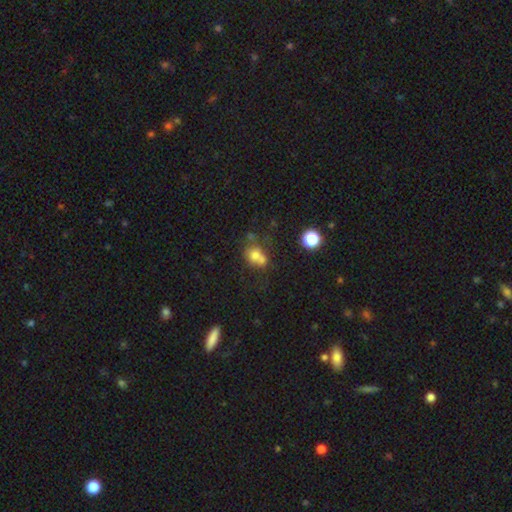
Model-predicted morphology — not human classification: Smooth or featured?
  - smooth: 66% *
  - featured or disk: 19%
  - star or artifact: 15%
How rounded?
  - round: 60% *
  - in between: 39%
  - cigar-shaped: 1%
Merging?
  - merger: 45% *
  - none: 33%
  - minor disturbance: 13%
  - major disturbance: 8%